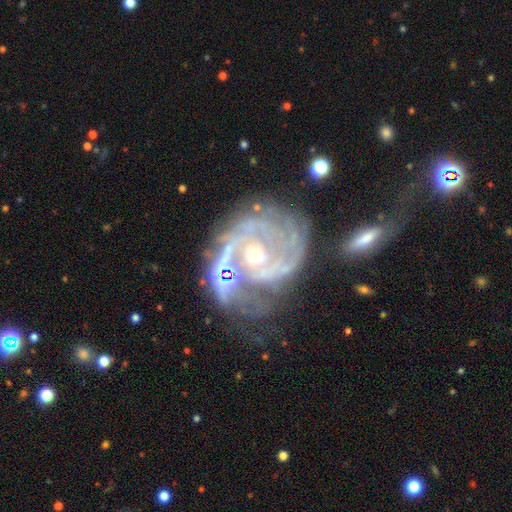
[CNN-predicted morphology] Q: Smooth or featured?
A: featured or disk (87%); runner-up: star or artifact (7%)
Q: Edge-on disk?
A: no (97%); runner-up: yes (3%)
Q: Bar?
A: no (70%); runner-up: weak (23%)
Q: Spiral arms?
A: yes (92%); runner-up: no (8%)
Q: Spiral winding?
A: tight (55%); runner-up: medium (34%)
Q: Spiral arm count?
A: can't tell (31%); runner-up: 2 (29%)
Q: Bulge size?
A: small (46%); tied with: moderate (46%)
Q: Merging?
A: none (38%); runner-up: major disturbance (23%)